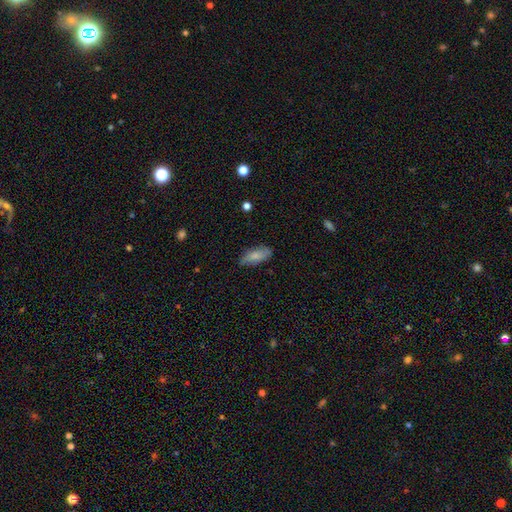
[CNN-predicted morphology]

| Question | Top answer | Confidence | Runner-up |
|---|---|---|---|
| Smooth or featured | smooth | 78% | featured or disk (16%) |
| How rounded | in between | 79% | cigar-shaped (18%) |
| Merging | none | 77% | minor disturbance (18%) |